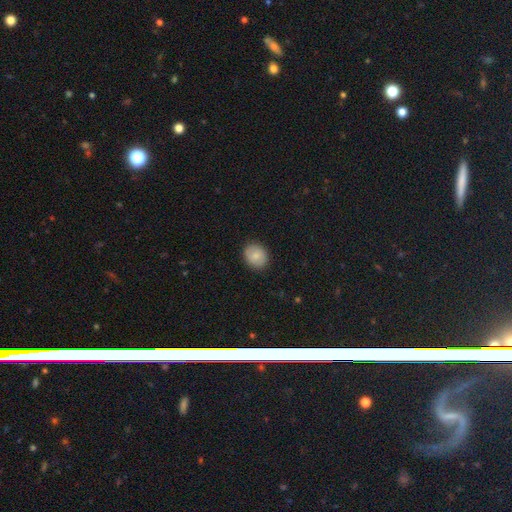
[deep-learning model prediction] Overall: smooth (81%). How rounded: round (64%; in between 35%). Merging: none (88%).